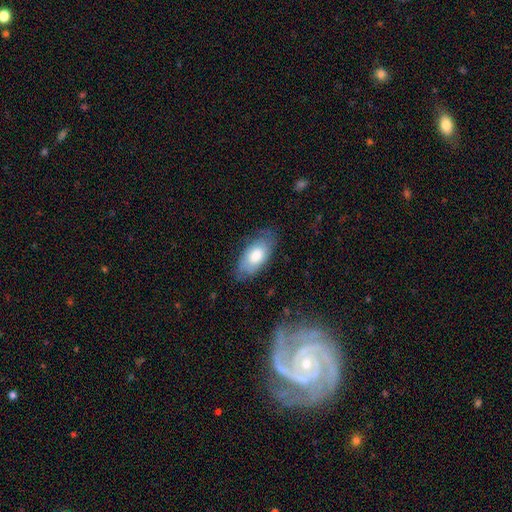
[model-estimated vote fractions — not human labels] smooth_or_featured: smooth (p=0.68) [alt: featured or disk p=0.26]
how_rounded: in between (p=0.91) [alt: cigar-shaped p=0.06]
merging: none (p=0.72) [alt: minor disturbance p=0.21]